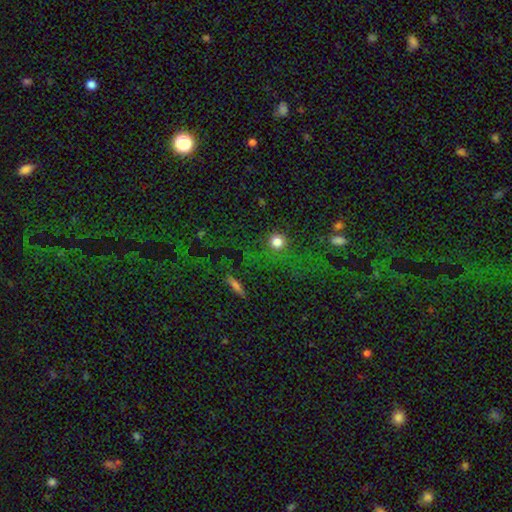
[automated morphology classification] The model was most divided on "smooth or featured": star or artifact: 62%, smooth: 27%, featured or disk: 11%.